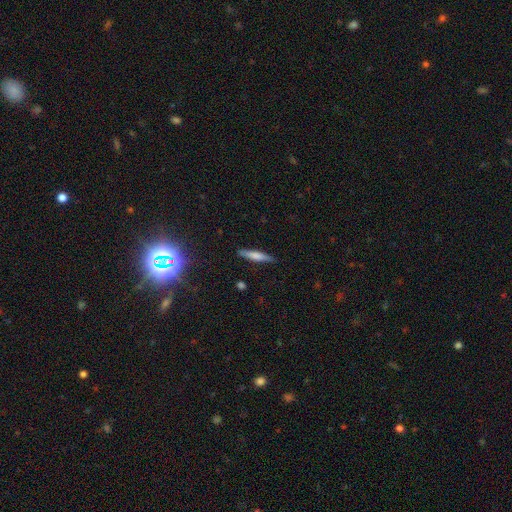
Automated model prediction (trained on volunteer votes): Smooth or featured?
  - smooth: 59% *
  - featured or disk: 34%
  - star or artifact: 7%
How rounded?
  - cigar-shaped: 89% *
  - in between: 9%
  - round: 2%
Merging?
  - none: 87% *
  - minor disturbance: 10%
  - major disturbance: 2%
  - merger: 1%